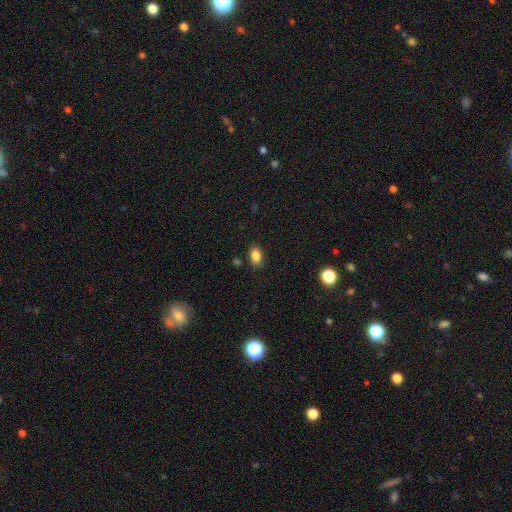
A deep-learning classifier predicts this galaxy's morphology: Smooth or featured?
  - smooth: 85% *
  - star or artifact: 10%
  - featured or disk: 5%
How rounded?
  - in between: 85% *
  - round: 13%
  - cigar-shaped: 2%
Merging?
  - none: 84% *
  - minor disturbance: 10%
  - merger: 3%
  - major disturbance: 3%